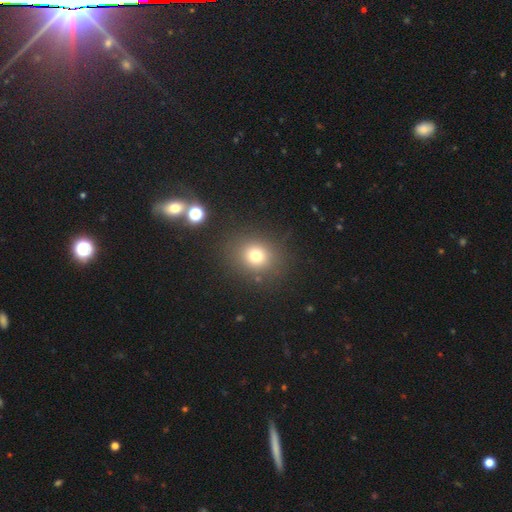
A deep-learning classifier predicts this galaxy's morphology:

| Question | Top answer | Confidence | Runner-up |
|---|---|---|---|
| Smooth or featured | smooth | 74% | star or artifact (16%) |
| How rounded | round | 73% | in between (27%) |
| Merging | none | 83% | minor disturbance (9%) |